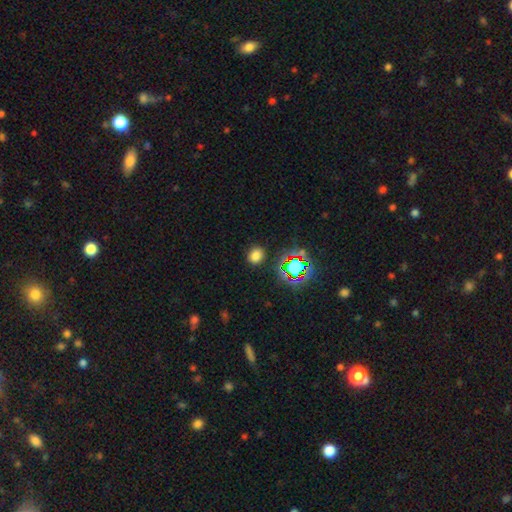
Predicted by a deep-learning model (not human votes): This is likely a smooth galaxy (73%). How rounded: likely round (63%). Merging: clearly none (86%).